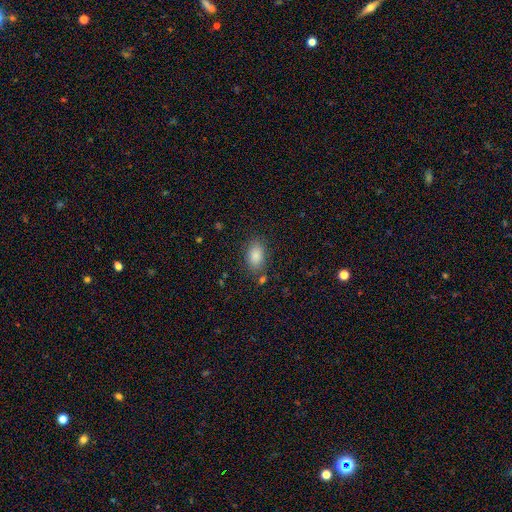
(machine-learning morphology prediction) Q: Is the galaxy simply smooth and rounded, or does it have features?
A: smooth — 86%.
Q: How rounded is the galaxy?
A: in between — 89%.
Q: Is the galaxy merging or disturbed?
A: none — 80%.